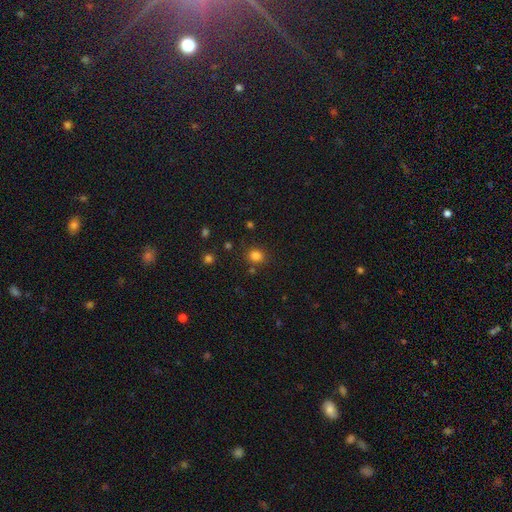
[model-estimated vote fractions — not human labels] smooth 81%, star or artifact 14%, featured or disk 5%. Down the decision tree: how rounded — round (72%); merging — none (80%).